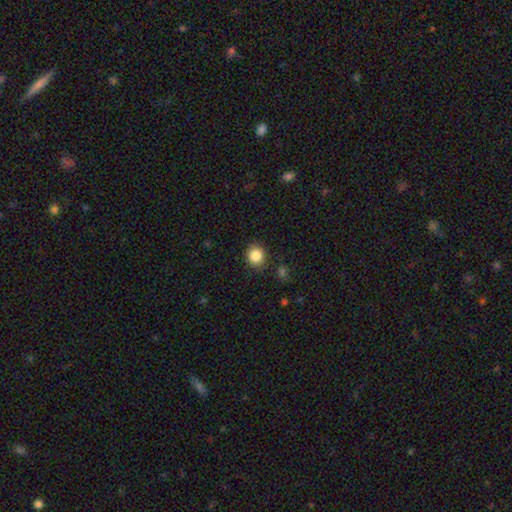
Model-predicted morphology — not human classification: Overall: smooth (86%). How rounded: round (80%). Merging: none (86%).